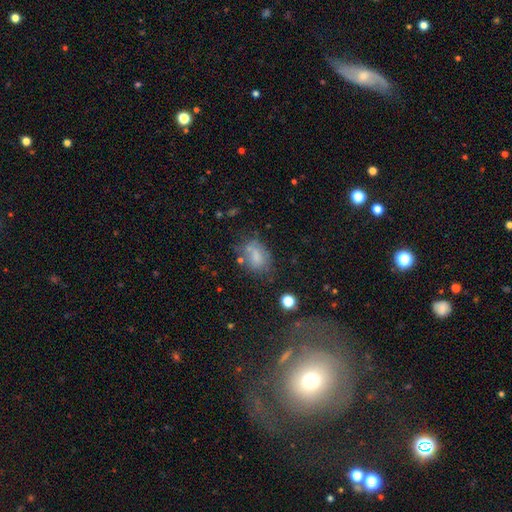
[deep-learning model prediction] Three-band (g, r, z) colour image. It shows a smooth galaxy with no disk features (68%) that is in between round and cigar-shaped (80%). Merging: none (51%).